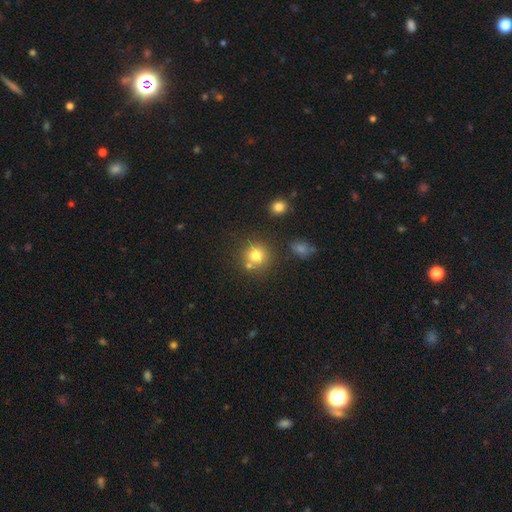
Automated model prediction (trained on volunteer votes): Smooth or featured? smooth (78%)
How rounded? round (91%)
Merging? none (68%)